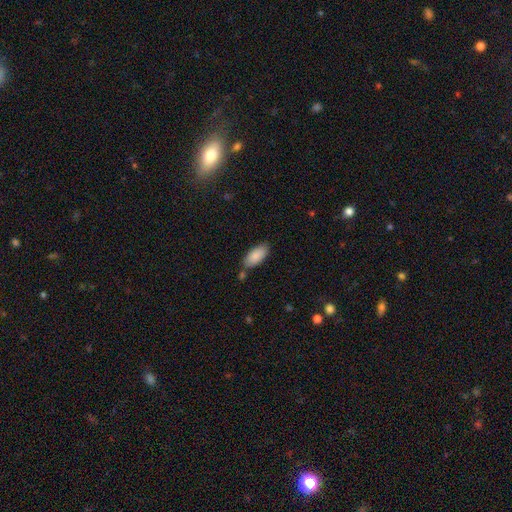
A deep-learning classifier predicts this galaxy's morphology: Q: Smooth or featured?
A: smooth (87%); runner-up: featured or disk (7%)
Q: How rounded?
A: in between (91%); runner-up: cigar-shaped (8%)
Q: Merging?
A: none (73%); runner-up: minor disturbance (16%)